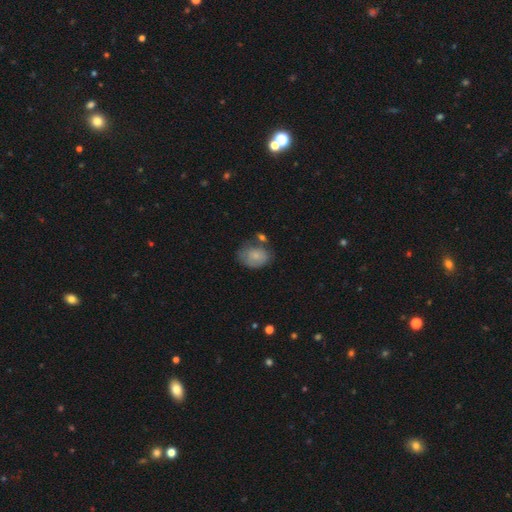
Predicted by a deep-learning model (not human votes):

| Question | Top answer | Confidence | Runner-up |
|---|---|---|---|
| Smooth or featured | smooth | 74% | featured or disk (18%) |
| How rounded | in between | 61% | round (38%) |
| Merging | none | 46% | minor disturbance (29%) |